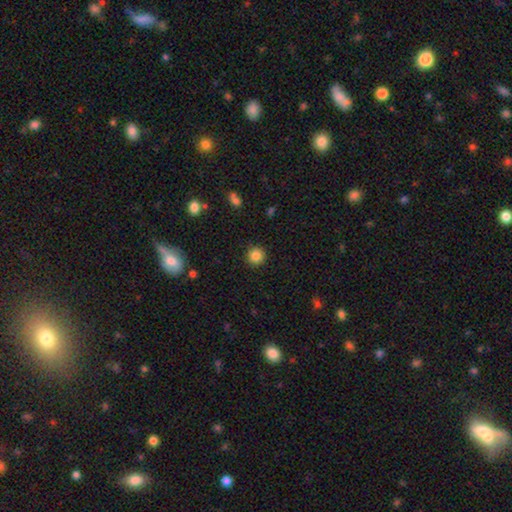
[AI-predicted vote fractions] smooth_or_featured: smooth (p=0.85) [alt: star or artifact p=0.11]
how_rounded: round (p=0.94) [alt: in between p=0.05]
merging: none (p=0.91) [alt: minor disturbance p=0.06]